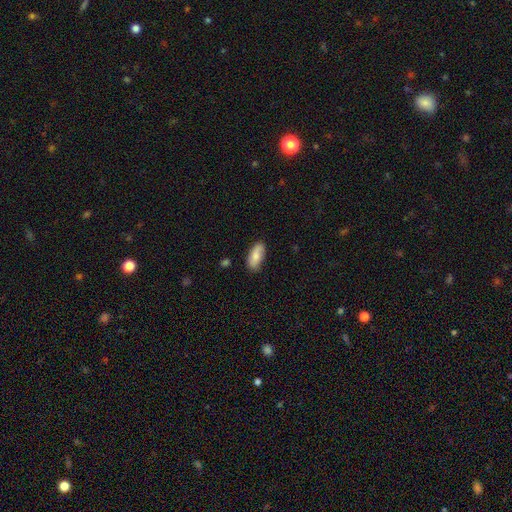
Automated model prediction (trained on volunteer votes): A smooth galaxy with no disk features (82%) that is in between round and cigar-shaped (86%). Merging: none (82%).